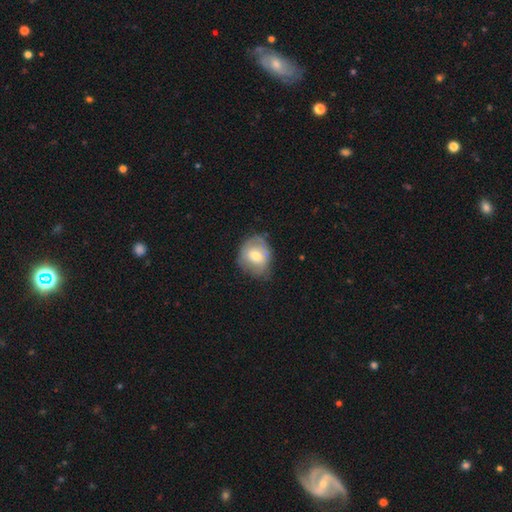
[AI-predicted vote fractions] This appears to be a smooth galaxy with no disk features (60%) that is round (62%). Merging: none (55%).